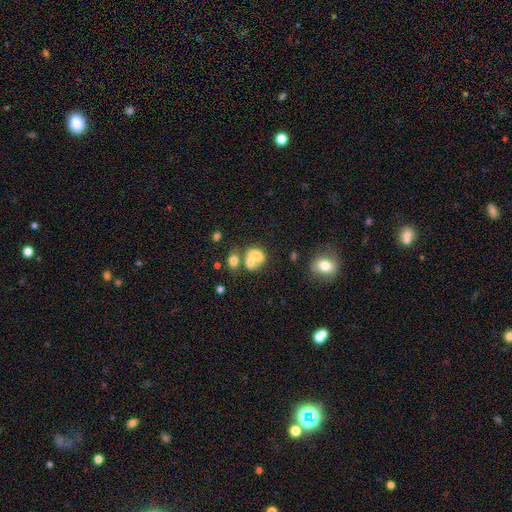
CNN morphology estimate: type=smooth (64%); roundness=in between (57%); merging=merger (57%).